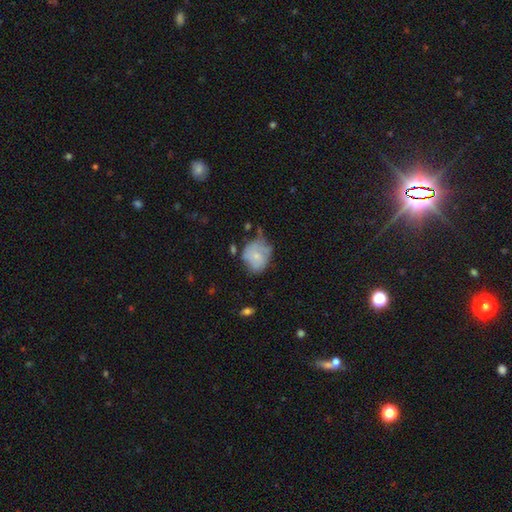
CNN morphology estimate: This is possibly a smooth galaxy (58%). How rounded: likely round (62%). Merging: marginally minor disturbance (37%).